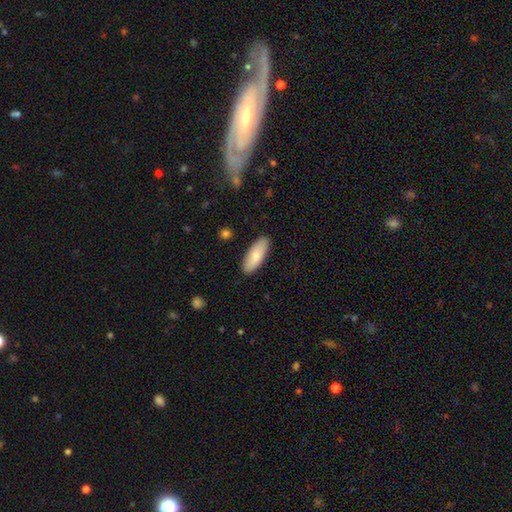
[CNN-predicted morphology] Q: Smooth or featured?
A: smooth (80%); runner-up: featured or disk (14%)
Q: How rounded?
A: in between (71%); runner-up: cigar-shaped (27%)
Q: Merging?
A: none (88%); runner-up: minor disturbance (9%)